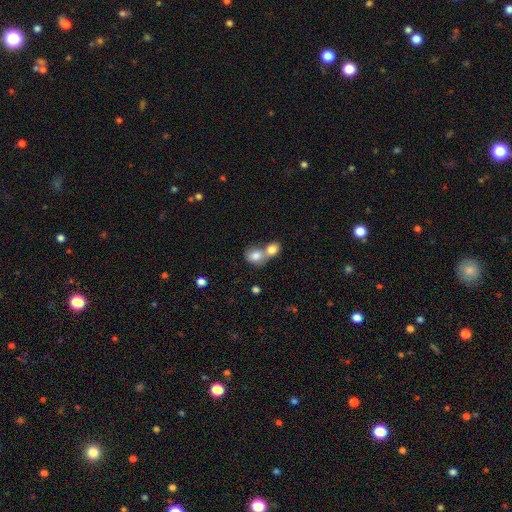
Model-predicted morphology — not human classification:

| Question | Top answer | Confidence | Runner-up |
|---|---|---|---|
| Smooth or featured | smooth | 81% | featured or disk (11%) |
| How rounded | round | 64% | in between (34%) |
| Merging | merger | 68% | none (24%) |